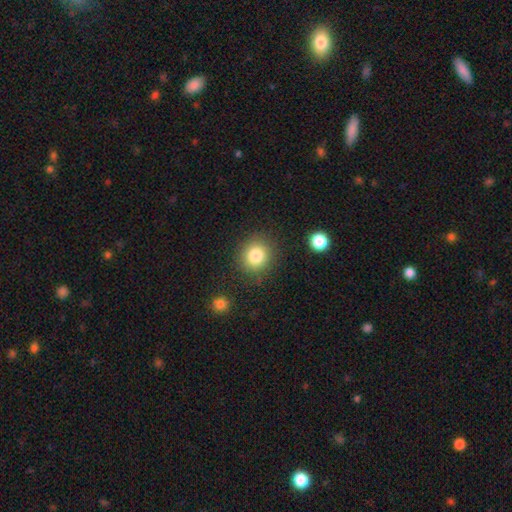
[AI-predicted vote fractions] The model was most divided on "how rounded": round: 83%, in between: 16%, cigar-shaped: 1%. More confident: merging — none (85%); smooth or featured — smooth (82%).